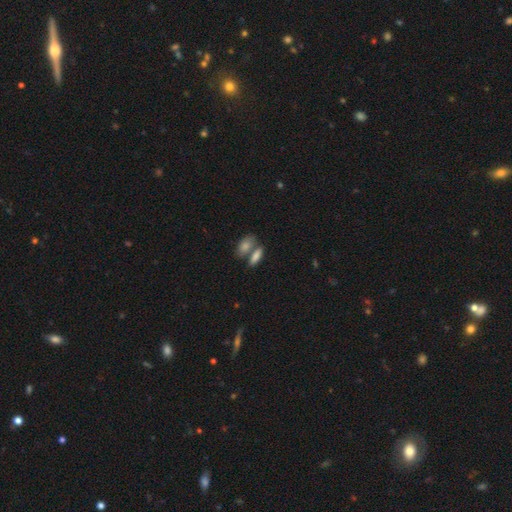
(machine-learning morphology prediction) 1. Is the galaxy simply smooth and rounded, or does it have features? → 81% smooth, 11% featured or disk, 7% star or artifact.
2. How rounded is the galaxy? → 76% in between, 20% cigar-shaped, 5% round.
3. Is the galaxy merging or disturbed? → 45% merger, 42% none, 9% minor disturbance, 4% major disturbance.